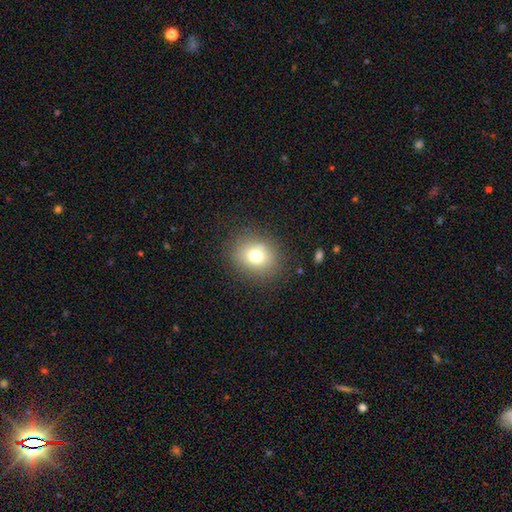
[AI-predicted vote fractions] smooth 73%, star or artifact 14%, featured or disk 13%. Down the decision tree: how rounded — round (67%); merging — none (82%).